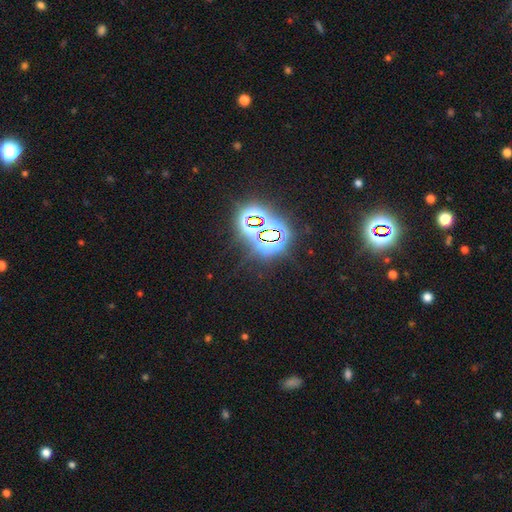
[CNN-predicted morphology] Smooth or featured? star or artifact (77%)